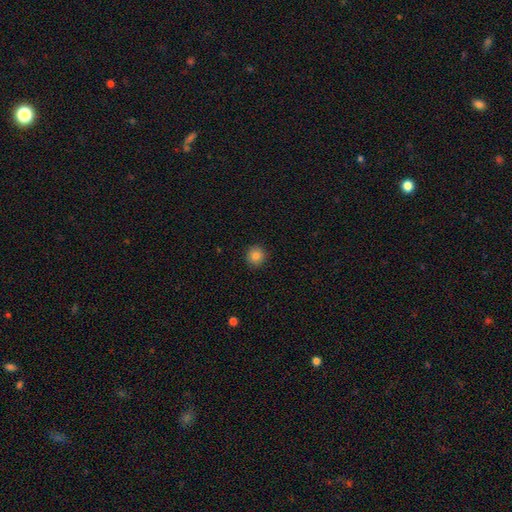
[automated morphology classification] This appears to be a smooth galaxy with no disk features (84%) that is round (94%). Merging: none (92%).